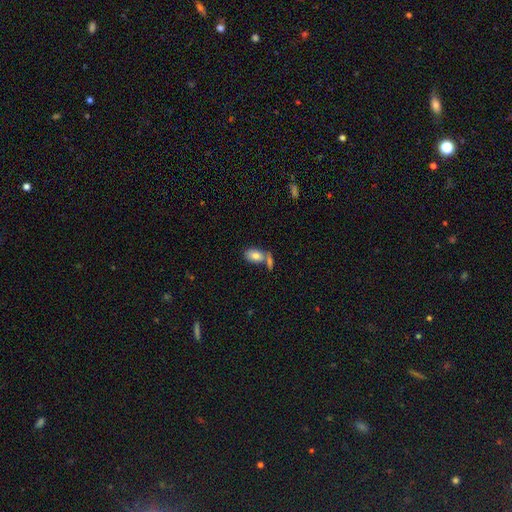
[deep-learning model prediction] Smooth or featured: smooth — 79% (featured or disk — 13%)
How rounded: in between — 91% (round — 7%)
Merging: none — 45% (merger — 38%)